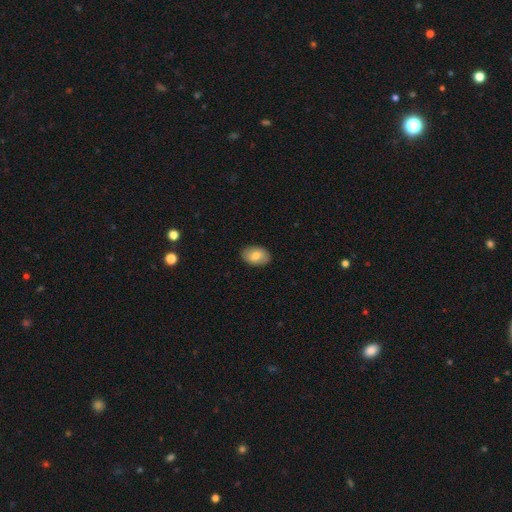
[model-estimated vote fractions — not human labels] smooth_or_featured: smooth (p=0.78) [alt: featured or disk p=0.15]
how_rounded: in between (p=0.87) [alt: round p=0.12]
merging: none (p=0.88) [alt: minor disturbance p=0.09]